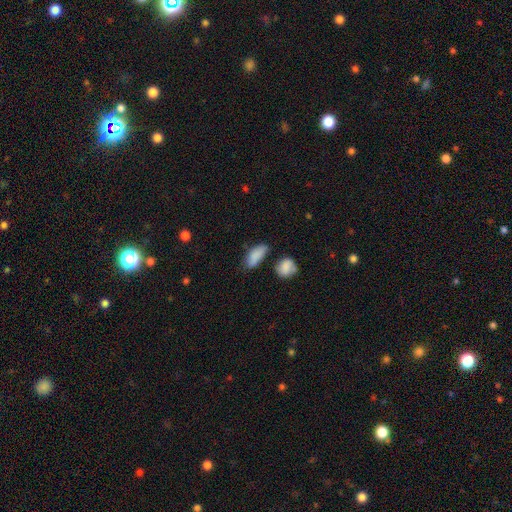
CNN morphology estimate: type=smooth (86%); roundness=in between (81%); merging=none (61%).